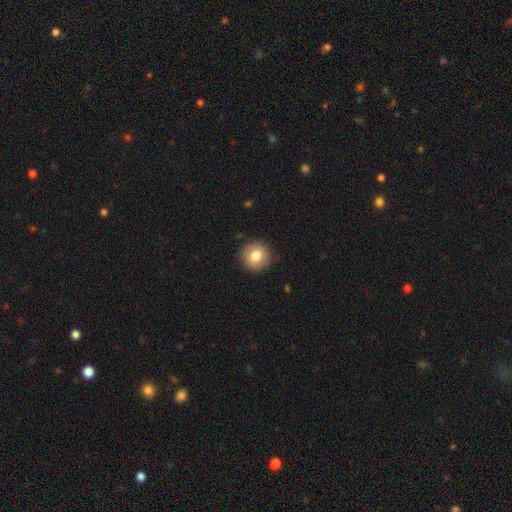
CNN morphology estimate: type=smooth (80%); roundness=round (93%); merging=none (90%).